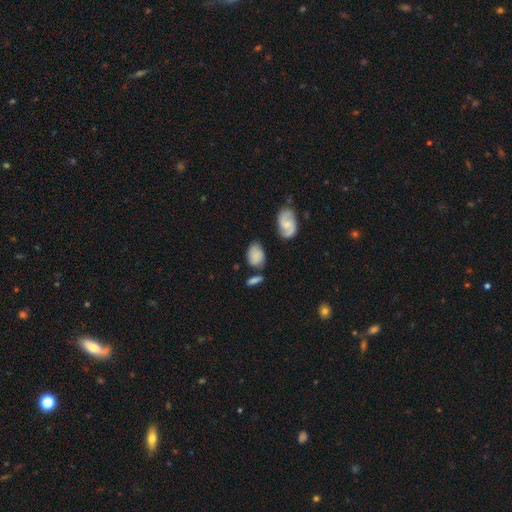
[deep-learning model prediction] Smooth or featured? smooth (70%)
How rounded? in between (79%)
Merging? none (60%)